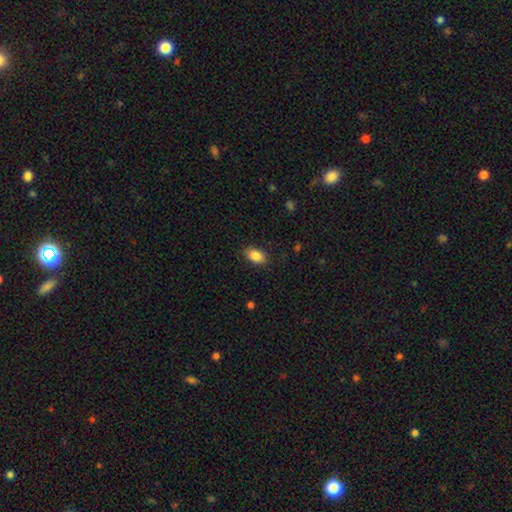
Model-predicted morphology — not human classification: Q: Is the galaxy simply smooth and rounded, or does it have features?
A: smooth — 87%.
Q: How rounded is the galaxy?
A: in between — 91%.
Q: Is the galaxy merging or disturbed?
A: none — 86%.